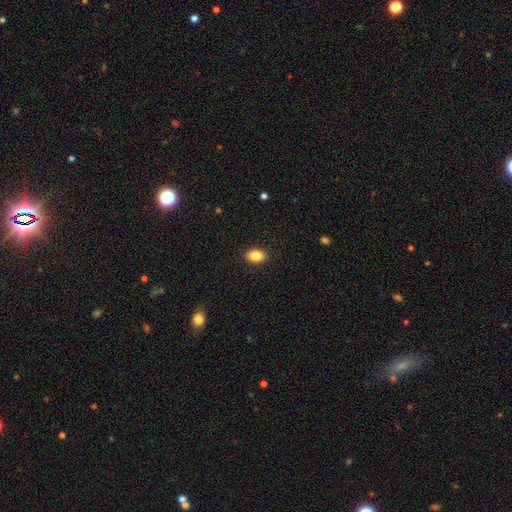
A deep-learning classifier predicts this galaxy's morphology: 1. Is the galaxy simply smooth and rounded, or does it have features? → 86% smooth, 8% star or artifact, 6% featured or disk.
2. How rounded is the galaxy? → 80% in between, 19% round, 1% cigar-shaped.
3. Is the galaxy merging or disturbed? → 90% none, 7% minor disturbance, 2% major disturbance, 1% merger.